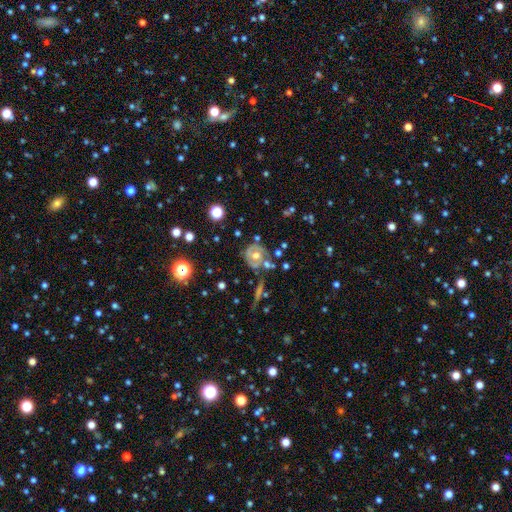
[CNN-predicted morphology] type=featured or disk (66%); edge-on=no (95%); bar=no (73%); spiral arms=yes (67%); bulge=moderate (74%); merging=none (57%).